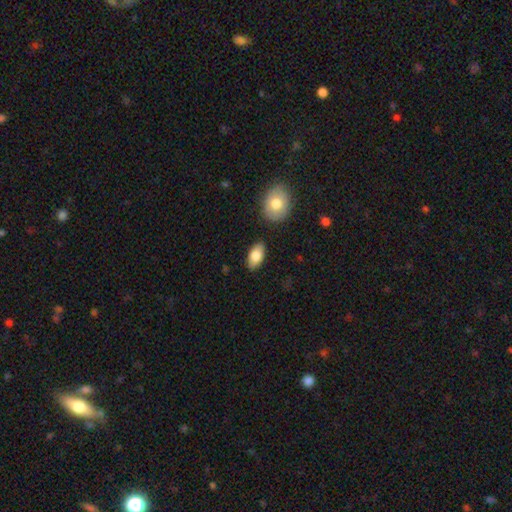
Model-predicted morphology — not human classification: Smooth or featured?
  - smooth: 81% *
  - featured or disk: 12%
  - star or artifact: 6%
How rounded?
  - in between: 93% *
  - round: 4%
  - cigar-shaped: 3%
Merging?
  - none: 84% *
  - minor disturbance: 10%
  - merger: 4%
  - major disturbance: 2%